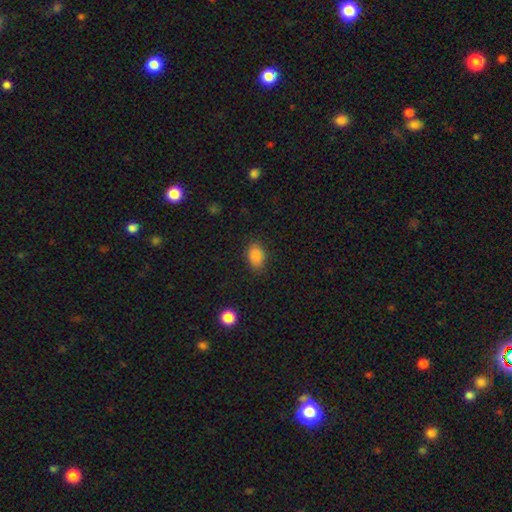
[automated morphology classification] This is clearly a smooth galaxy (87%). How rounded: likely in between (79%). Merging: clearly none (82%).